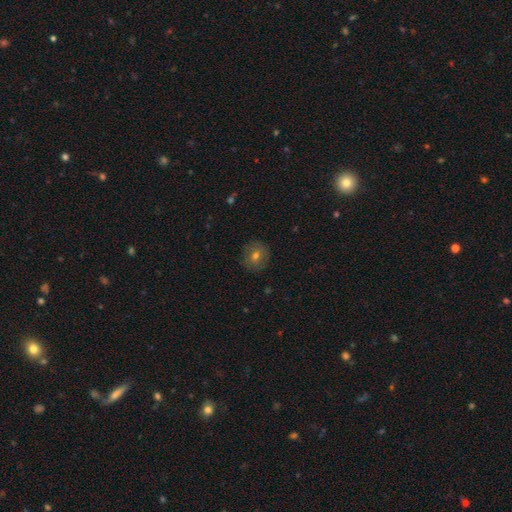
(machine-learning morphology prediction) Smooth or featured?
  - smooth: 64% *
  - featured or disk: 22%
  - star or artifact: 14%
How rounded?
  - round: 90% *
  - in between: 9%
  - cigar-shaped: 1%
Merging?
  - none: 87% *
  - minor disturbance: 9%
  - major disturbance: 3%
  - merger: 1%